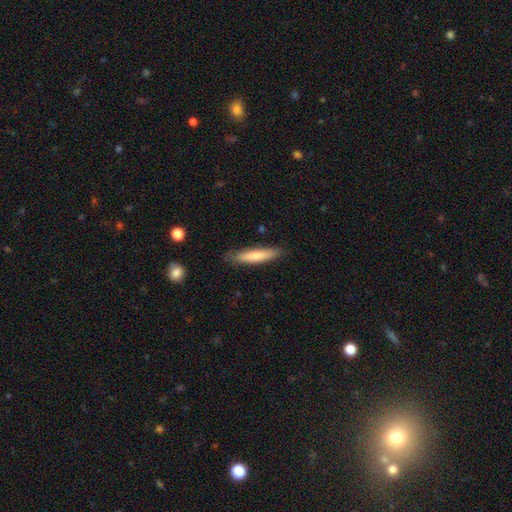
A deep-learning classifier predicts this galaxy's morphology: smooth-or-featured: smooth: 75% | featured or disk: 20% | star or artifact: 5%
  how-rounded: cigar-shaped: 86% | in between: 12% | round: 1%
  merging: none: 83% | minor disturbance: 14% | major disturbance: 3% | merger: 1%